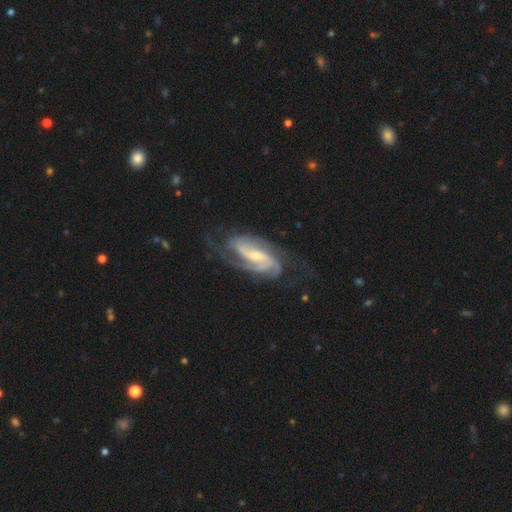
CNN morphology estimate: Overall: featured or disk (89%). Edge-on disk: no (95%). Bar: weak (43%; no 30%). Spiral arms: yes (98%). Spiral arm count: 2 (54%; 3 22%). Spiral winding: medium (45%; tight 41%). Bulge size: small (51%; moderate 39%). Merging: none (67%).